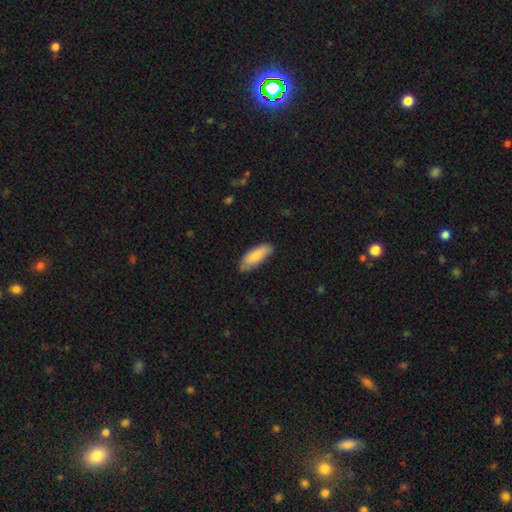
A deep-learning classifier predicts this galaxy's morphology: Q: Smooth or featured?
A: smooth (82%); runner-up: featured or disk (12%)
Q: How rounded?
A: in between (71%); runner-up: cigar-shaped (28%)
Q: Merging?
A: none (75%); runner-up: minor disturbance (21%)